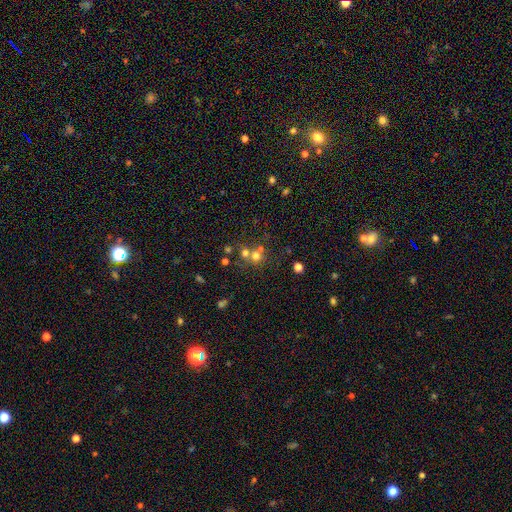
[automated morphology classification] smooth-or-featured: smooth: 63% | star or artifact: 22% | featured or disk: 15%
  how-rounded: round: 86% | in between: 13% | cigar-shaped: 1%
  merging: none: 47% | merger: 43% | minor disturbance: 6% | major disturbance: 3%